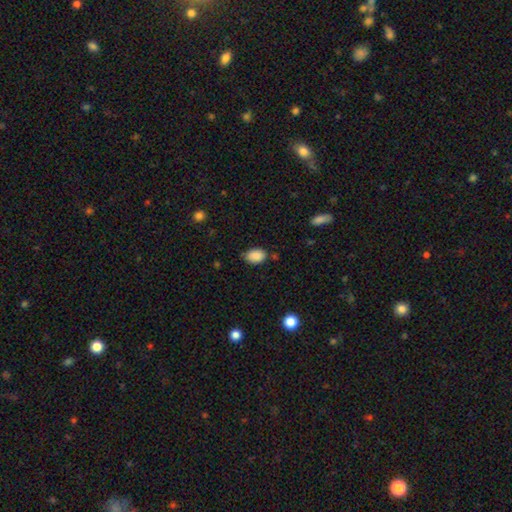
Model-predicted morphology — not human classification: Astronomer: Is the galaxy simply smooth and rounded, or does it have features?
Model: smooth — 88%.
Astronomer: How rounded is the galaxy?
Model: in between — 82%.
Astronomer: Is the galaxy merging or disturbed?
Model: none — 71%.